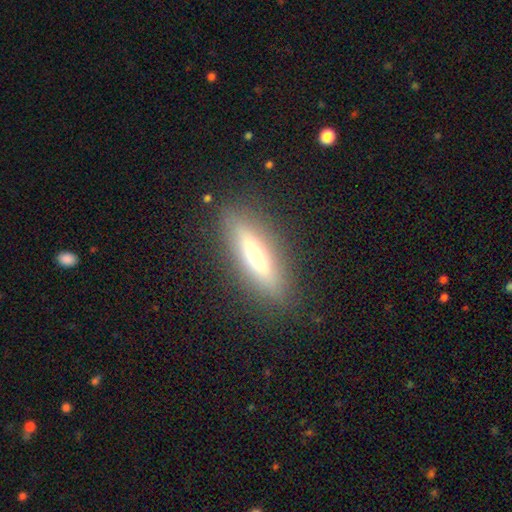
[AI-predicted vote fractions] This is possibly a smooth galaxy (50%). How rounded: likely cigar-shaped (64%). Merging: clearly none (86%).